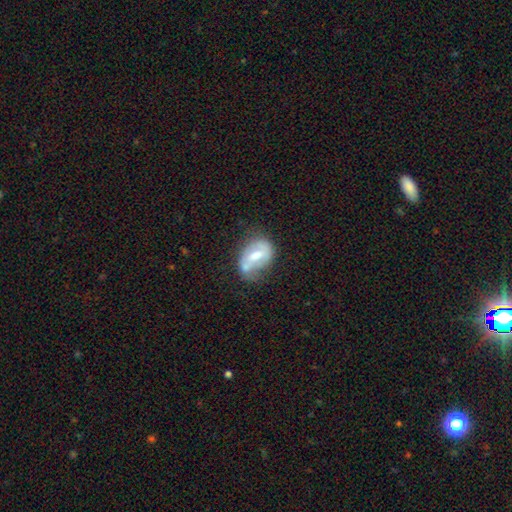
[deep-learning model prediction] Smooth or featured? Predicted: featured or disk (p=0.56). Edge-on disk? Predicted: no (p=0.95). Bar? Predicted: weak (p=0.45). Spiral arms? Predicted: yes (p=0.51). Bulge size? Predicted: moderate (p=0.59). Merging? Predicted: none (p=0.37).